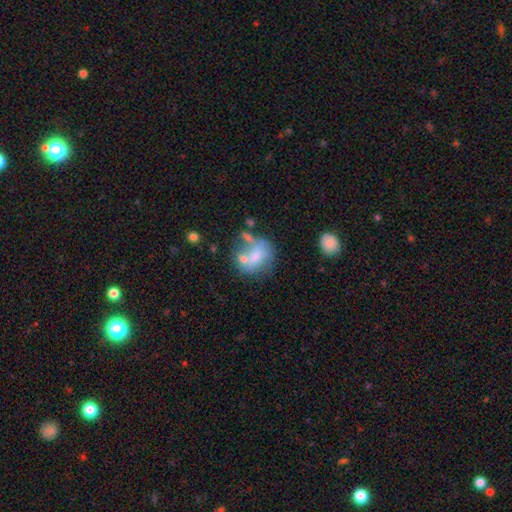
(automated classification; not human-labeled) Q: Smooth or featured?
A: smooth (55%); runner-up: featured or disk (35%)
Q: How rounded?
A: in between (50%); runner-up: round (49%)
Q: Merging?
A: none (32%); runner-up: merger (31%)